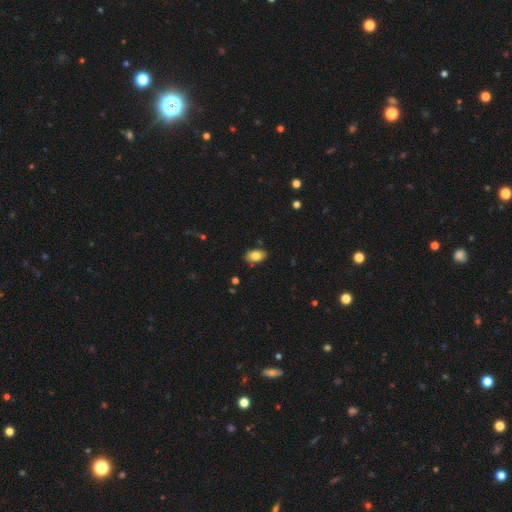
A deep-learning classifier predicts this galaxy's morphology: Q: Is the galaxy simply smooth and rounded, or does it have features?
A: smooth — 83%.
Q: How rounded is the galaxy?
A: in between — 92%.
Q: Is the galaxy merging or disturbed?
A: none — 83%.